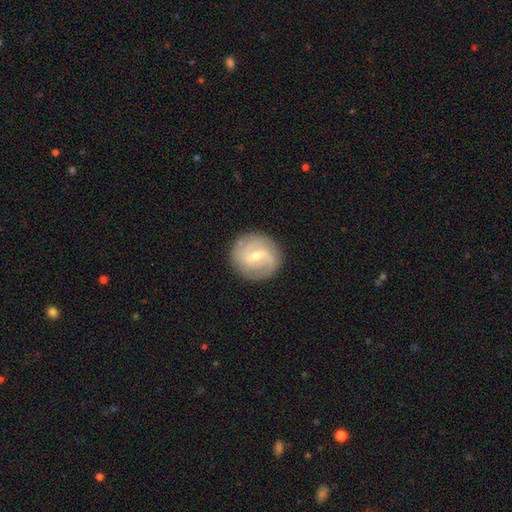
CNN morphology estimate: smooth_or_featured: featured or disk (p=0.70) [alt: smooth p=0.24]
disk_edge_on: no (p=0.96) [alt: yes p=0.04]
bar: weak (p=0.55) [alt: strong p=0.32]
has_spiral_arms: yes (p=0.81) [alt: no p=0.19]
spiral_winding: medium (p=0.39) [alt: tight p=0.38]
spiral_arm_count: 2 (p=0.64) [alt: can't tell p=0.21]
bulge_size: small (p=0.54) [alt: moderate p=0.41]
merging: none (p=0.84) [alt: minor disturbance p=0.11]